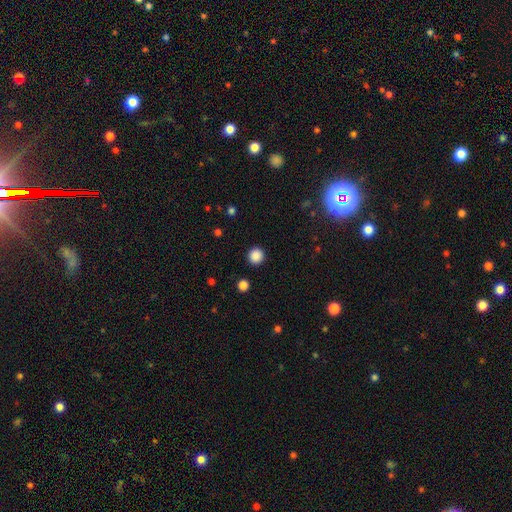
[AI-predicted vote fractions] The model was most divided on "smooth or featured": smooth: 87%, star or artifact: 10%, featured or disk: 3%. More confident: how rounded — round (93%); merging — none (92%).